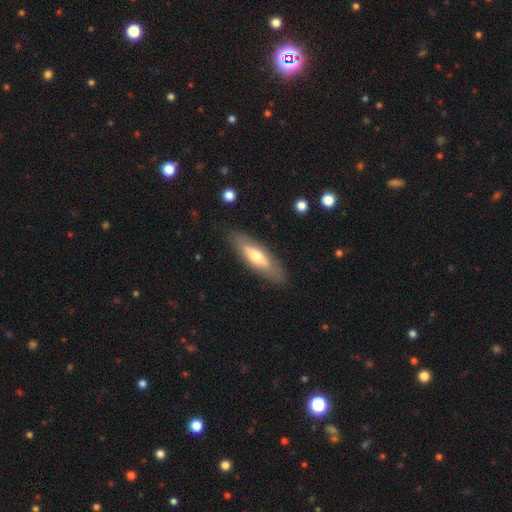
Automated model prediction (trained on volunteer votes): smooth 54%, featured or disk 41%, star or artifact 5%. Down the decision tree: how rounded — in between (54%); merging — none (84%).